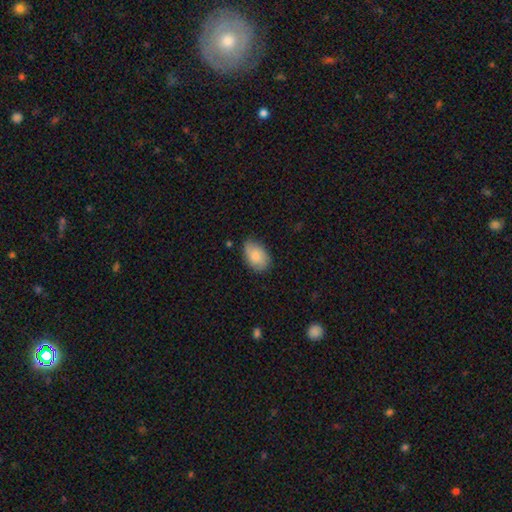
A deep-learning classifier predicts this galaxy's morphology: smooth 80%, featured or disk 13%, star or artifact 7%. Down the decision tree: how rounded — in between (89%); merging — none (71%).